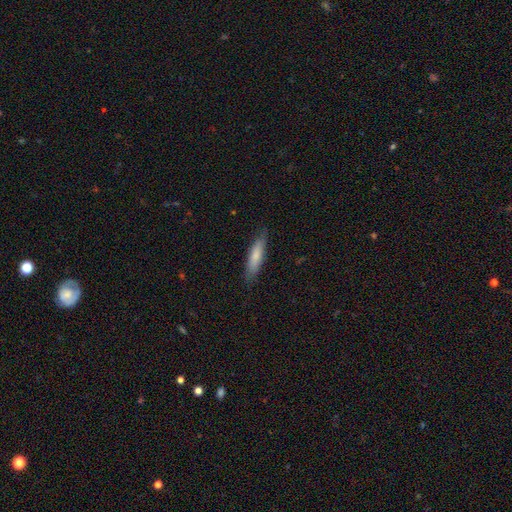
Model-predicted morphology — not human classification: A smooth galaxy with no disk features (74%) that is cigar-shaped (77%). Merging: none (83%).